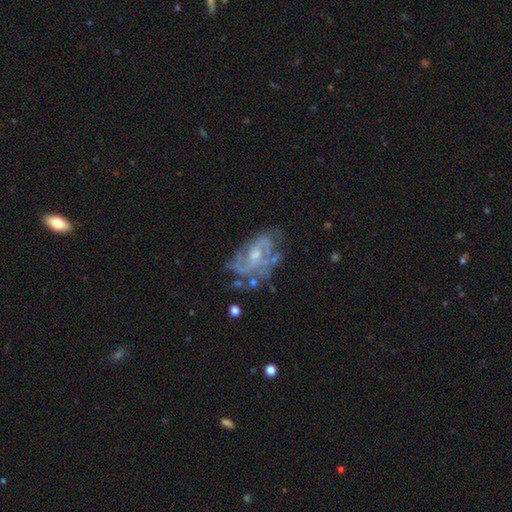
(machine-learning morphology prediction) Q: Smooth or featured?
A: featured or disk (81%); runner-up: smooth (11%)
Q: Edge-on disk?
A: no (96%); runner-up: yes (4%)
Q: Bar?
A: no (61%); runner-up: weak (32%)
Q: Spiral arms?
A: yes (80%); runner-up: no (20%)
Q: Spiral winding?
A: medium (42%); runner-up: tight (40%)
Q: Spiral arm count?
A: can't tell (37%); runner-up: 2 (34%)
Q: Bulge size?
A: moderate (47%); runner-up: small (43%)
Q: Merging?
A: none (53%); runner-up: minor disturbance (23%)